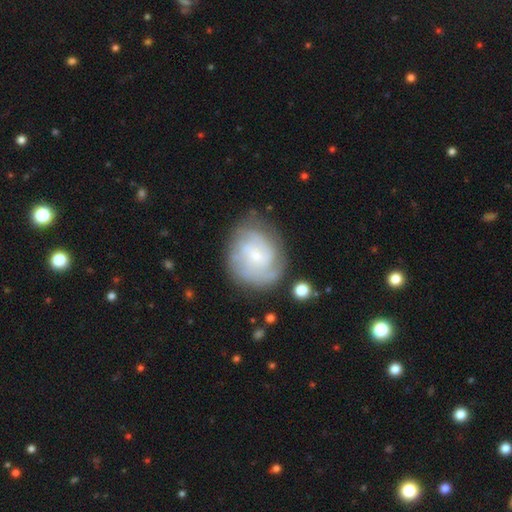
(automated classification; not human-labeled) The model was most divided on "spiral arm count": can't tell: 46%, 2: 22%, 3: 15%, 4: 7%, 1: 6%, more than 4: 4%. More confident: edge-on disk — no (97%); spiral arms — yes (86%); bulge size — small (72%); smooth or featured — featured or disk (68%); merging — none (68%); bar — no (61%); spiral winding — tight (57%).